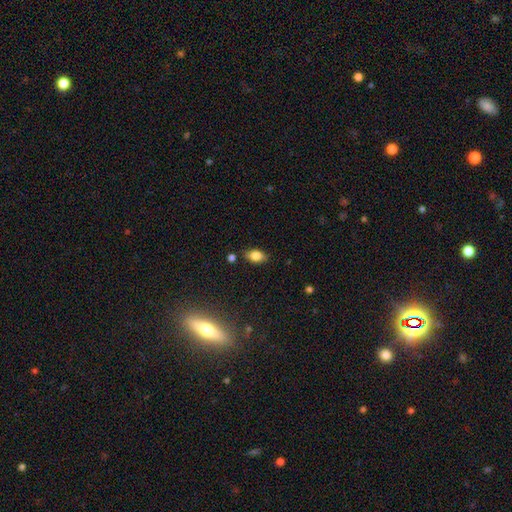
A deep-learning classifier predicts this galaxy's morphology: This appears to be a smooth galaxy with no disk features (80%) that is in between round and cigar-shaped (87%). Merging: none (83%).